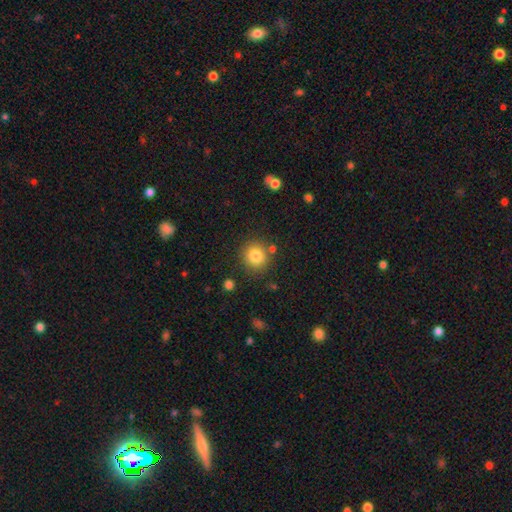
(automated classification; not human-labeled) Smooth or featured? Predicted: smooth (p=0.82). How rounded? Predicted: round (p=0.92). Merging? Predicted: none (p=0.84).